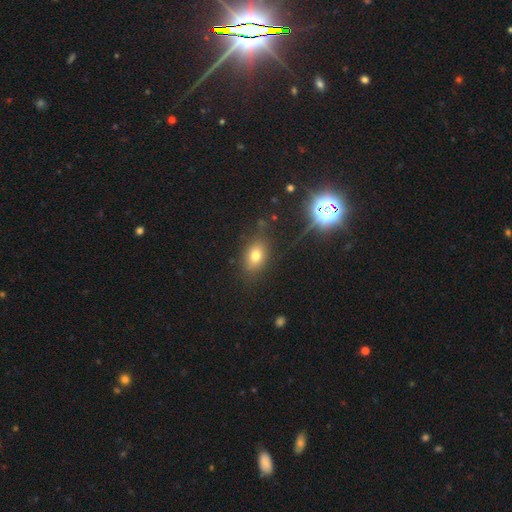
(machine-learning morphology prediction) Smooth or featured?
  - smooth: 73% *
  - star or artifact: 16%
  - featured or disk: 12%
How rounded?
  - in between: 77% *
  - round: 20%
  - cigar-shaped: 2%
Merging?
  - none: 80% *
  - minor disturbance: 13%
  - major disturbance: 4%
  - merger: 2%